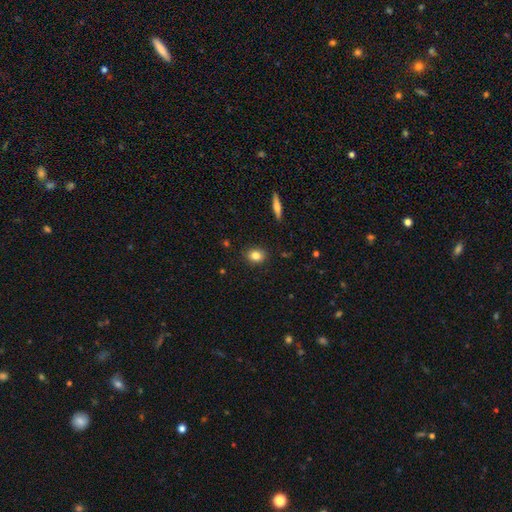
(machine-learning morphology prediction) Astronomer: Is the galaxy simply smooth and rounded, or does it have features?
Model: smooth — 82%.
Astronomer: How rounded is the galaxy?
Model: in between — 51% (runner-up: round, 48%).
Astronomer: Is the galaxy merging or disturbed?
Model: none — 88%.